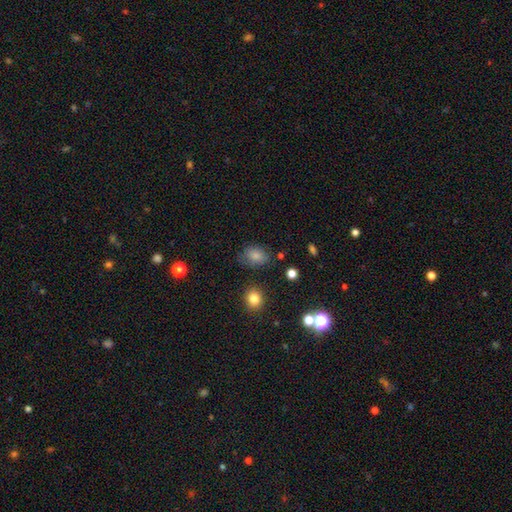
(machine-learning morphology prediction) Overall: smooth (82%). How rounded: in between (74%). Merging: none (68%).